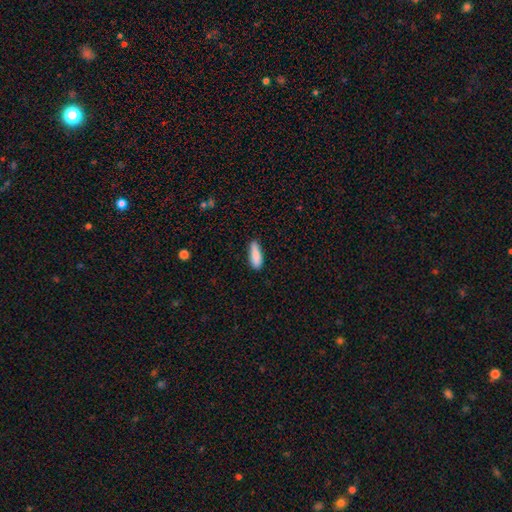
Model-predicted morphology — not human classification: Smooth or featured?
  - smooth: 88% *
  - star or artifact: 6%
  - featured or disk: 5%
How rounded?
  - in between: 58% *
  - cigar-shaped: 40%
  - round: 2%
Merging?
  - none: 77% *
  - minor disturbance: 18%
  - major disturbance: 3%
  - merger: 2%